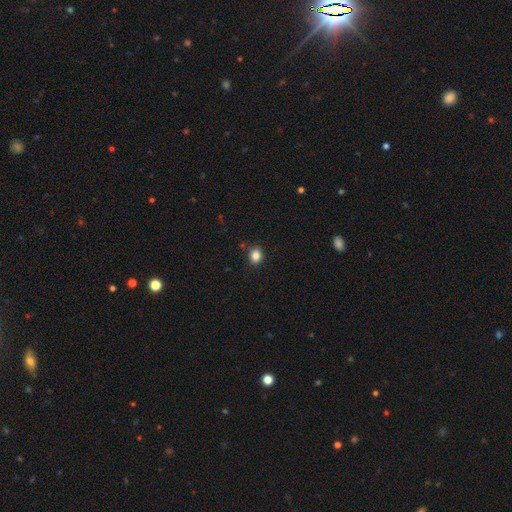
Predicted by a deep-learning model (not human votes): smooth-or-featured: smooth: 85% | star or artifact: 11% | featured or disk: 5%
  how-rounded: round: 64% | in between: 35% | cigar-shaped: 1%
  merging: none: 87% | minor disturbance: 9% | merger: 2% | major disturbance: 2%